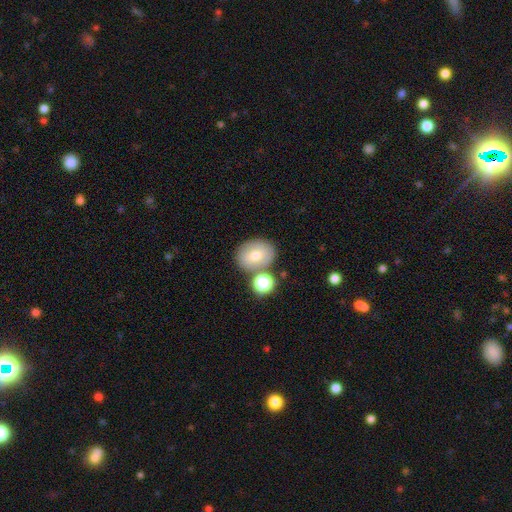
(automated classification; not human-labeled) This appears to be a smooth galaxy with no disk features (71%) that is in between round and cigar-shaped (52%). Merging: none (66%).